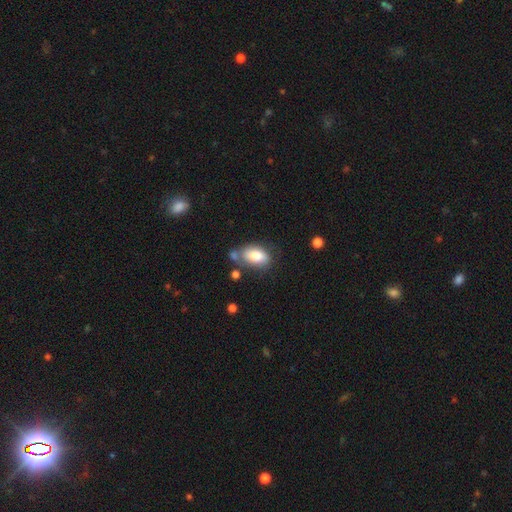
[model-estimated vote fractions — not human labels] smooth_or_featured: smooth (p=0.80) [alt: featured or disk p=0.13]
how_rounded: in between (p=0.91) [alt: round p=0.07]
merging: none (p=0.49) [alt: minor disturbance p=0.25]